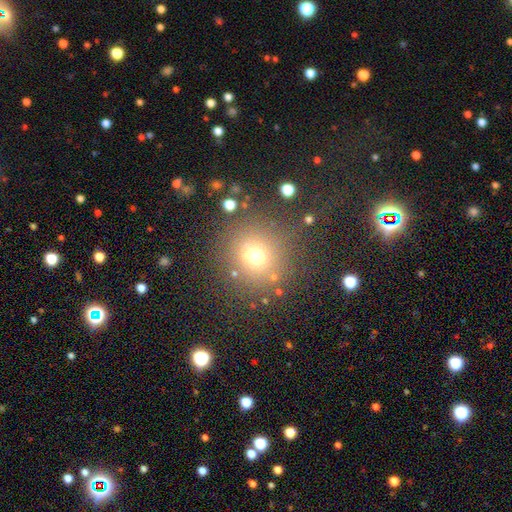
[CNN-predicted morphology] A smooth galaxy with no disk features (68%) that is round (92%). Merging: none (80%).